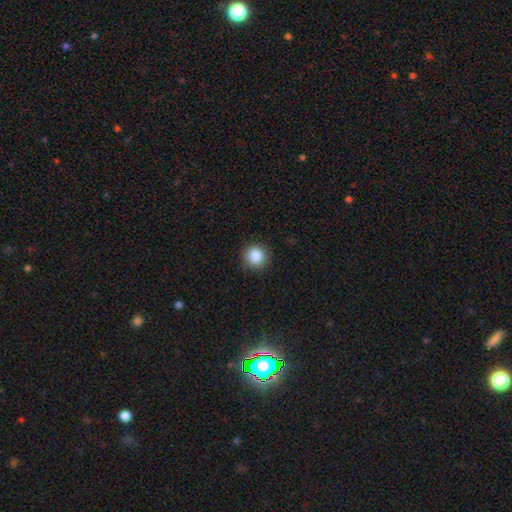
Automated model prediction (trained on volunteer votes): smooth_or_featured: smooth (p=0.86) [alt: star or artifact p=0.10]
how_rounded: round (p=0.94) [alt: in between p=0.05]
merging: none (p=0.89) [alt: minor disturbance p=0.08]